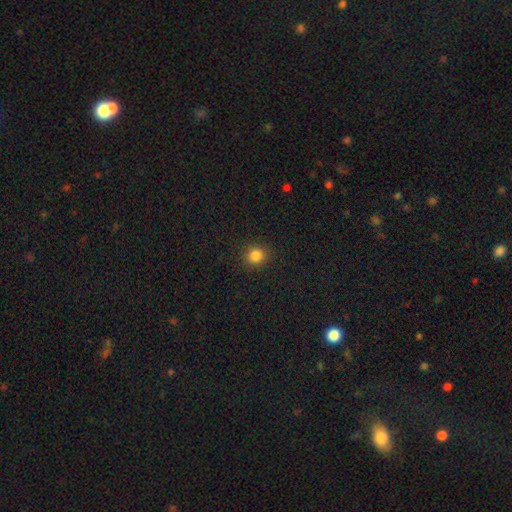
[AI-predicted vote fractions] smooth-or-featured: smooth: 84% | star or artifact: 12% | featured or disk: 4%
  how-rounded: round: 87% | in between: 13% | cigar-shaped: 1%
  merging: none: 90% | minor disturbance: 6% | major disturbance: 2% | merger: 1%